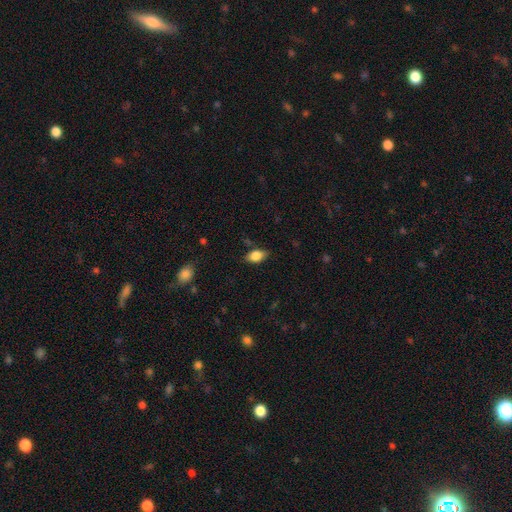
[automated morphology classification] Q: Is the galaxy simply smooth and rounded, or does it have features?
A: smooth — 80%.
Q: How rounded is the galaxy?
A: in between — 87%.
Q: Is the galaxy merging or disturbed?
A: none — 78%.